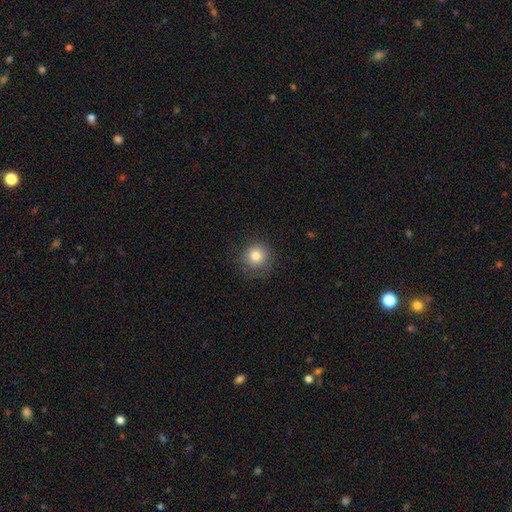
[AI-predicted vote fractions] Smooth or featured?
  - smooth: 80% *
  - star or artifact: 11%
  - featured or disk: 9%
How rounded?
  - round: 93% *
  - in between: 6%
  - cigar-shaped: 1%
Merging?
  - none: 81% *
  - minor disturbance: 13%
  - major disturbance: 5%
  - merger: 1%